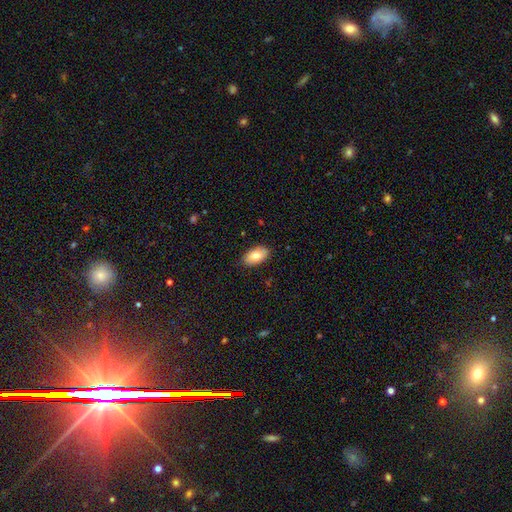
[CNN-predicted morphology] Smooth or featured? smooth (80%)
How rounded? in between (94%)
Merging? none (87%)